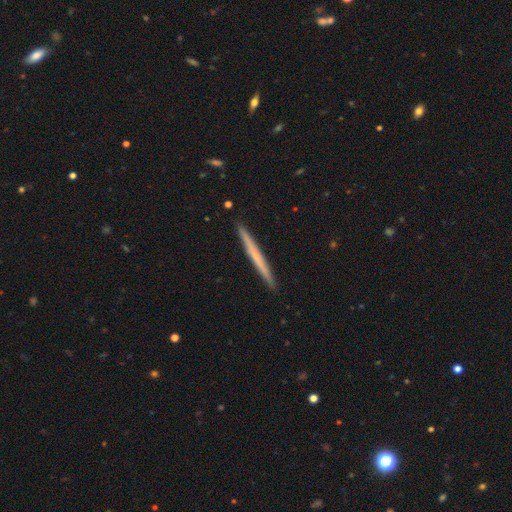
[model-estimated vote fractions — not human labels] Overall: smooth (52%; featured or disk 42%). How rounded: cigar-shaped (97%). Merging: none (93%).